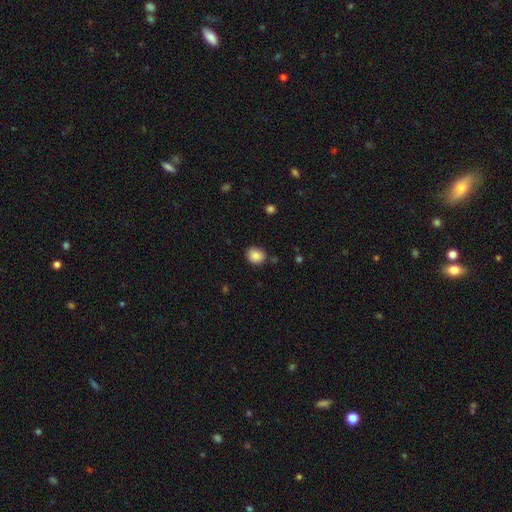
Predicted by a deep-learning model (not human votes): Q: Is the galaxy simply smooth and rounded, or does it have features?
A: smooth — 86%.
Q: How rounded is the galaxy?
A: round — 68%.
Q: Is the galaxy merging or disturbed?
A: none — 82%.